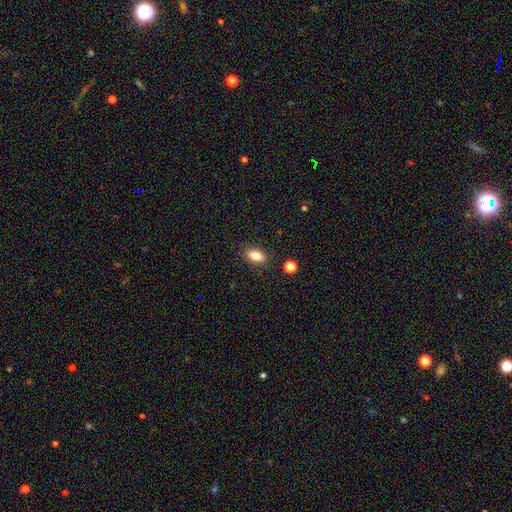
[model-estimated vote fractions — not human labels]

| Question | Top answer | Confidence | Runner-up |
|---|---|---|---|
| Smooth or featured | smooth | 82% | star or artifact (9%) |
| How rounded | in between | 86% | round (10%) |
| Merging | none | 87% | minor disturbance (9%) |